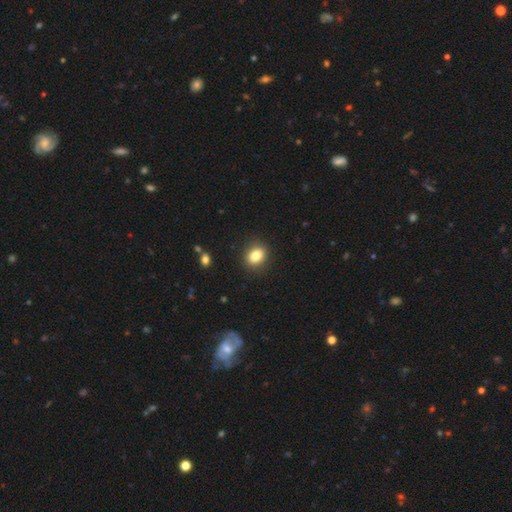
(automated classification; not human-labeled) Smooth or featured? smooth (84%)
How rounded? in between (56%)
Merging? none (89%)